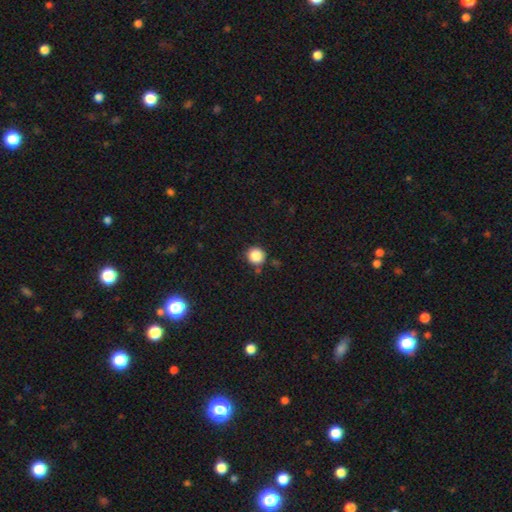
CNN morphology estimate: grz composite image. It shows a smooth galaxy with no disk features (86%) that is round (93%). Merging: none (81%).